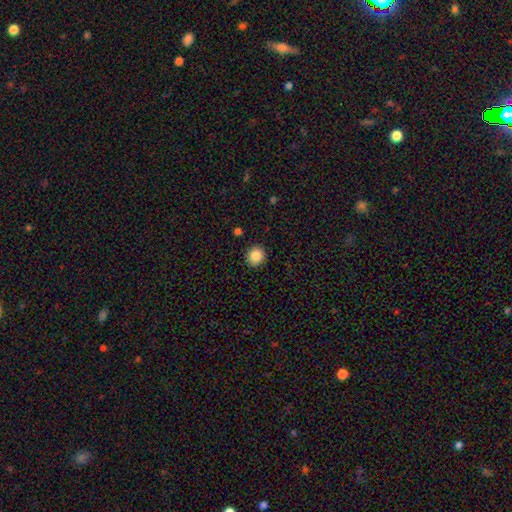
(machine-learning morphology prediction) Overall: smooth (86%). How rounded: round (91%). Merging: none (92%).